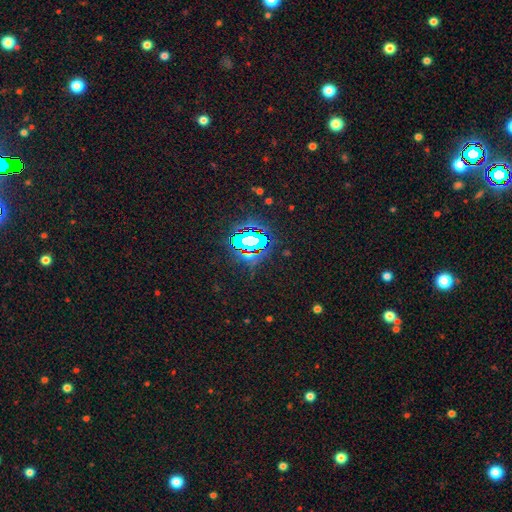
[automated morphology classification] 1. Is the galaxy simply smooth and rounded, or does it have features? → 84% star or artifact, 9% smooth, 7% featured or disk.